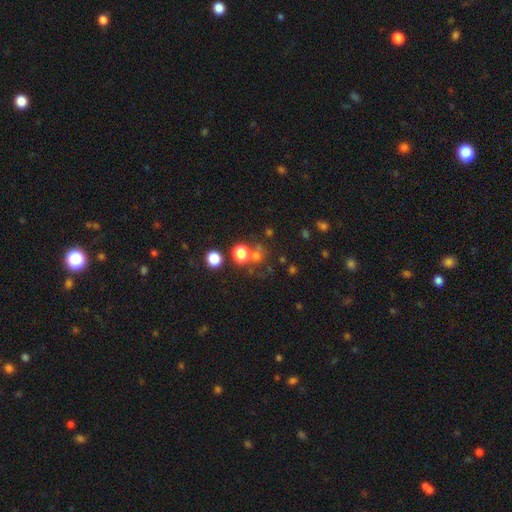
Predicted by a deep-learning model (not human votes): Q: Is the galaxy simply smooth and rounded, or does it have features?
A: smooth — 63%.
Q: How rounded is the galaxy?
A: round — 88%.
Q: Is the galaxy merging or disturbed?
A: none — 64%.